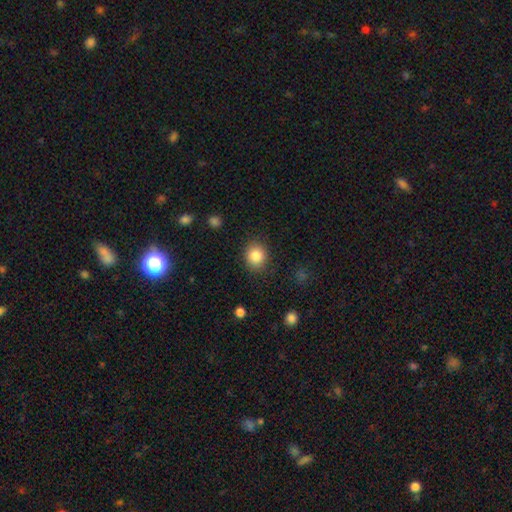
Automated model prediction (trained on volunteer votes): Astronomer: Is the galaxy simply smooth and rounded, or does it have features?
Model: smooth — 85%.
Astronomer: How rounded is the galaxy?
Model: round — 75%.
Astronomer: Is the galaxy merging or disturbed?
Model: none — 87%.